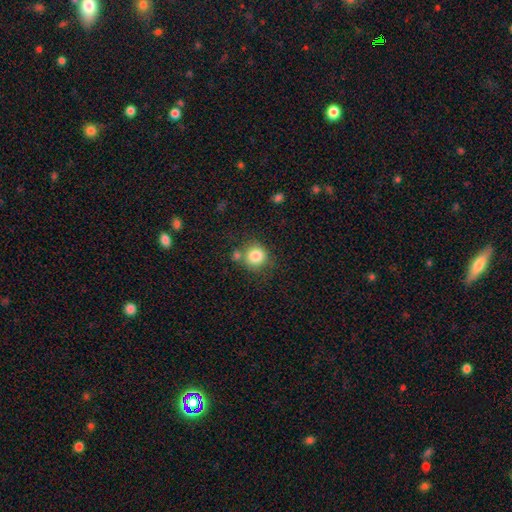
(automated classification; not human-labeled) Morphology: type=smooth (84%); roundness=round (90%); merging=none (70%).